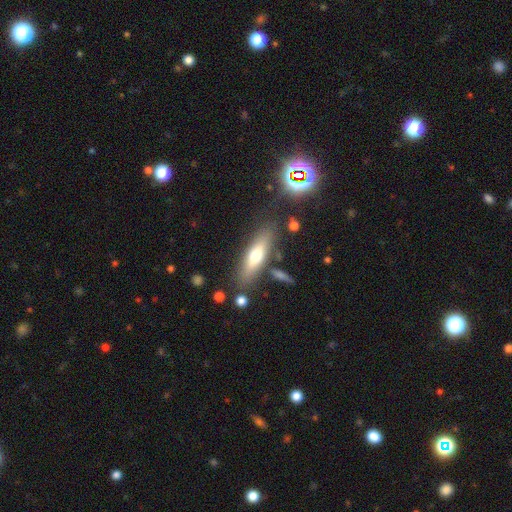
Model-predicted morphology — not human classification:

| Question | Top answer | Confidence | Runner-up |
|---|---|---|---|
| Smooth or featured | smooth | 58% | featured or disk (34%) |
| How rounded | cigar-shaped | 59% | in between (39%) |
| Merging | none | 78% | minor disturbance (13%) |